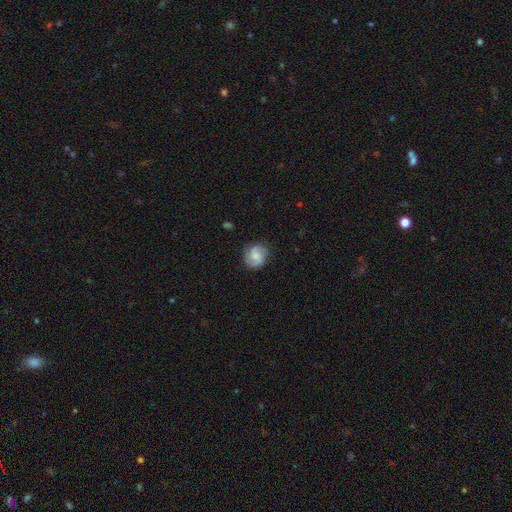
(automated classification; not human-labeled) Smooth or featured? Predicted: featured or disk (p=0.51). Edge-on disk? Predicted: no (p=0.98). Merging? Predicted: none (p=0.79).